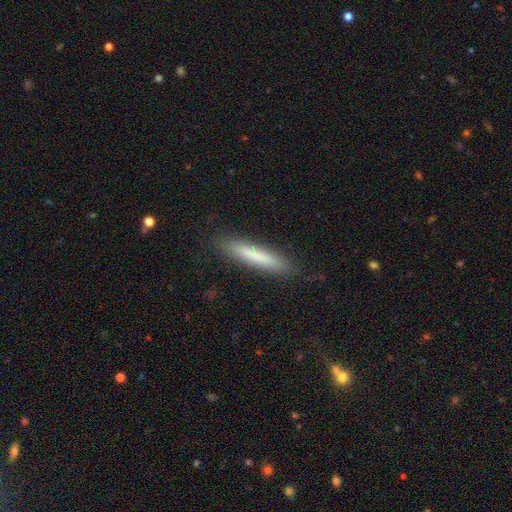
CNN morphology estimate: type=smooth (76%); roundness=cigar-shaped (92%); merging=none (87%).